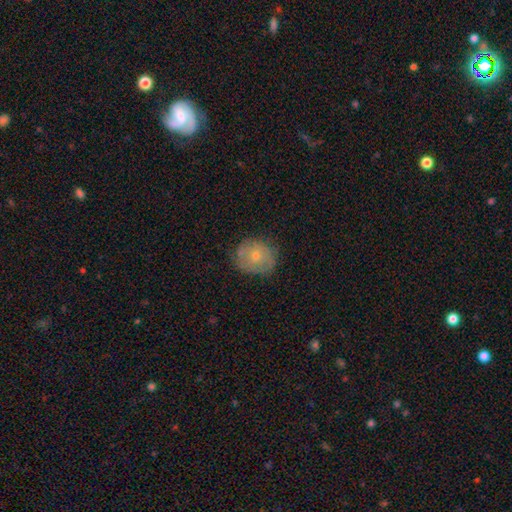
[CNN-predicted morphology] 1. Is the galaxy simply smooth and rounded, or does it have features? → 57% smooth, 35% featured or disk, 8% star or artifact.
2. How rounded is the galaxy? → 78% round, 21% in between, 1% cigar-shaped.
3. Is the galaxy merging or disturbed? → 71% none, 21% minor disturbance, 6% major disturbance, 2% merger.